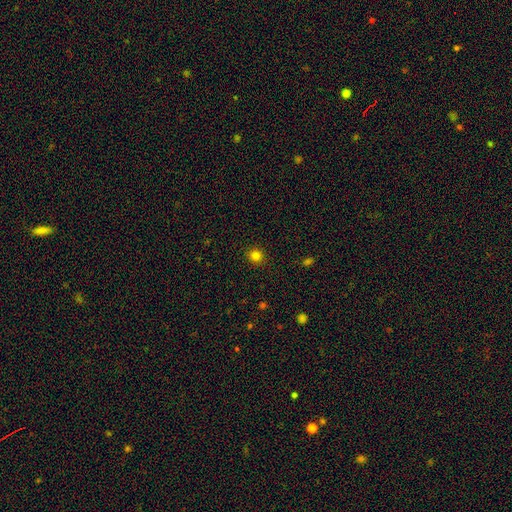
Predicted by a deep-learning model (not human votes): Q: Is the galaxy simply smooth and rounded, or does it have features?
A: smooth — 81%.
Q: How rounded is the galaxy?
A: round — 90%.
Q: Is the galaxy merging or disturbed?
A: none — 92%.